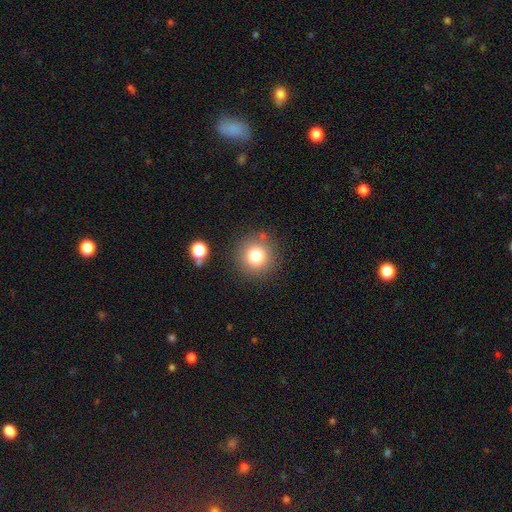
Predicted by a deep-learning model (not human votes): This is likely a smooth galaxy (79%). How rounded: clearly round (94%). Merging: clearly none (84%).